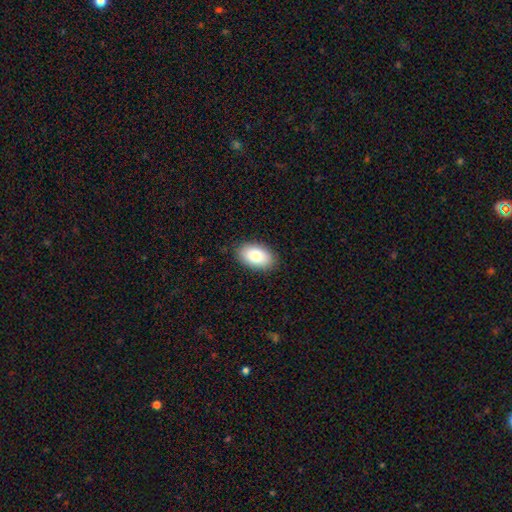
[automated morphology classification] A smooth galaxy with no disk features (81%) that is in between round and cigar-shaped (93%). Merging: none (88%).